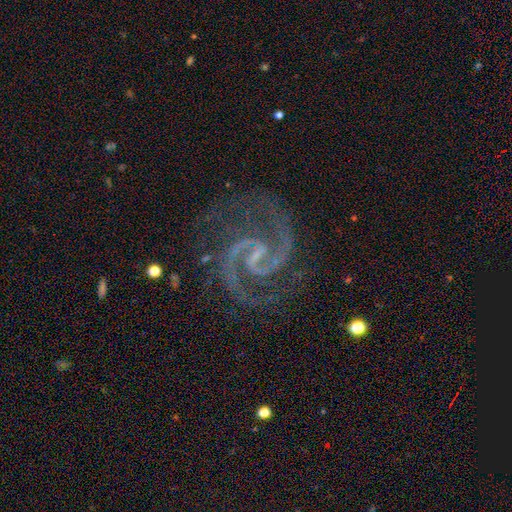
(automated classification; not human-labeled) The model was most divided on "bulge size": small: 48%, none: 42%, moderate: 8%, large: 1%, dominant: 1%. More confident: spiral arms — yes (99%); edge-on disk — no (98%); smooth or featured — featured or disk (94%); spiral arm count — 2 (93%); merging — none (78%); spiral winding — medium (65%); bar — weak (51%).